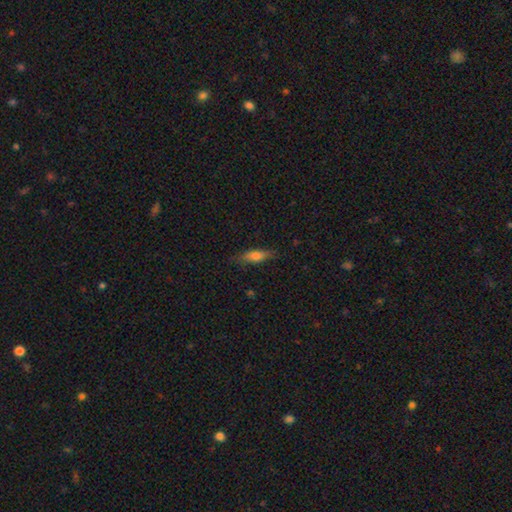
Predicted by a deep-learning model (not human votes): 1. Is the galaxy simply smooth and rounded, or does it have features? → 66% smooth, 26% featured or disk, 8% star or artifact.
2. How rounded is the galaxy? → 49% cigar-shaped (tied), 49% in between (tied), 3% round.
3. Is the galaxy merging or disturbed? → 76% none, 18% minor disturbance, 4% major disturbance, 1% merger.